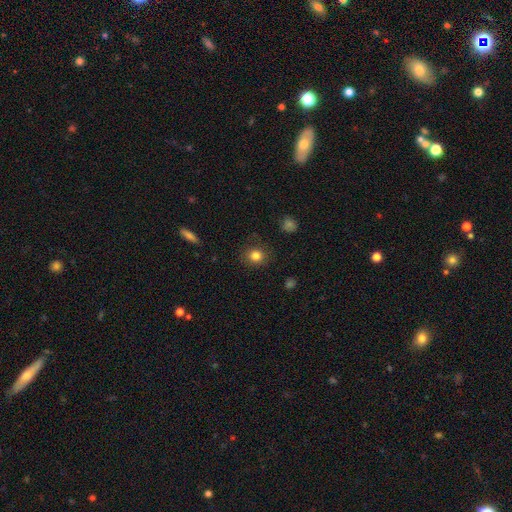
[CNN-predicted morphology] Overall: smooth (82%). How rounded: round (85%). Merging: none (86%).